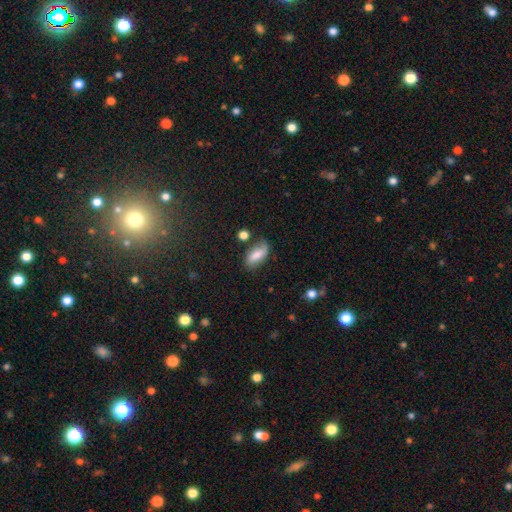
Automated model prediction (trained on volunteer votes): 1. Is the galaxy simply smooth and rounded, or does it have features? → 71% smooth, 20% featured or disk, 8% star or artifact.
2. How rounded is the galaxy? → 86% in between, 11% cigar-shaped, 4% round.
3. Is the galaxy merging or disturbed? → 67% none, 22% minor disturbance, 6% major disturbance, 5% merger.